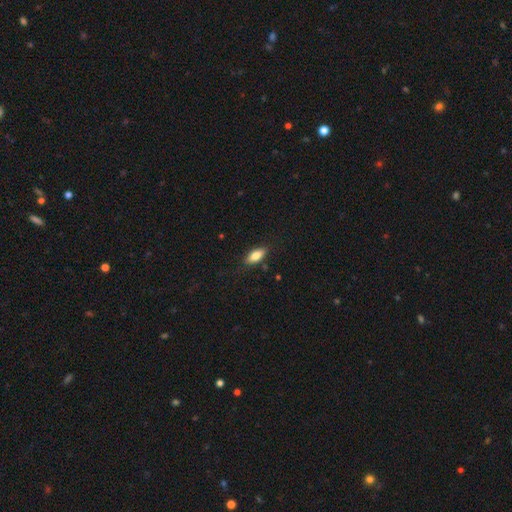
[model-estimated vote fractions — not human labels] Smooth or featured? smooth (81%)
How rounded? in between (82%)
Merging? none (85%)